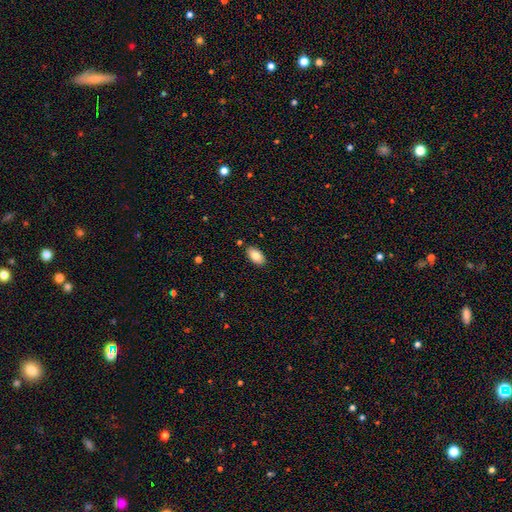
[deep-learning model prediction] This is clearly a smooth galaxy (81%). How rounded: clearly in between (94%). Merging: clearly none (87%).